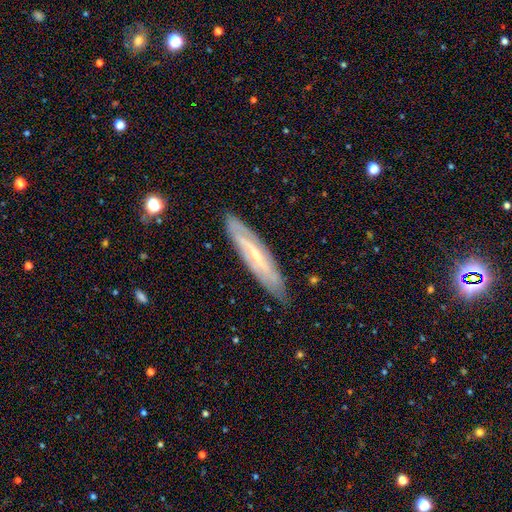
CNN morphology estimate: Q: Smooth or featured?
A: featured or disk (77%); runner-up: smooth (17%)
Q: Edge-on disk?
A: no (56%); runner-up: yes (44%)
Q: Merging?
A: none (82%); runner-up: minor disturbance (14%)